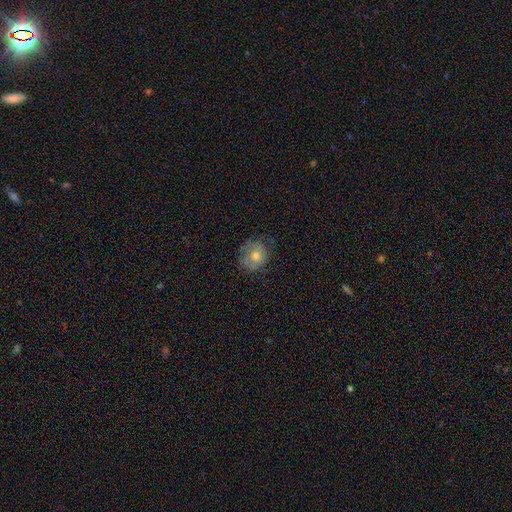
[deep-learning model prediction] Smooth or featured? smooth (50%)
Merging? none (66%)